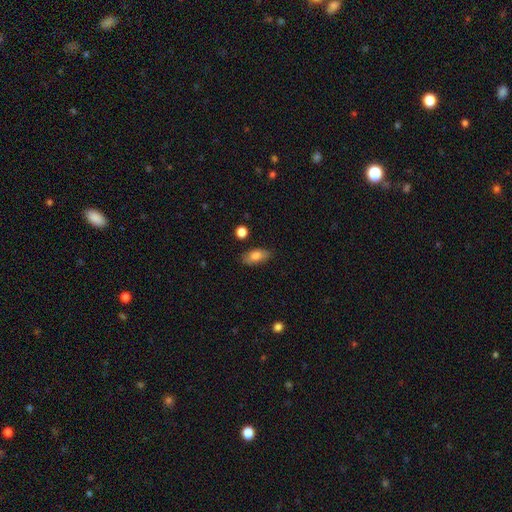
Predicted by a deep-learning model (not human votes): smooth 81%, featured or disk 12%, star or artifact 7%. Down the decision tree: how rounded — in between (87%); merging — none (83%).